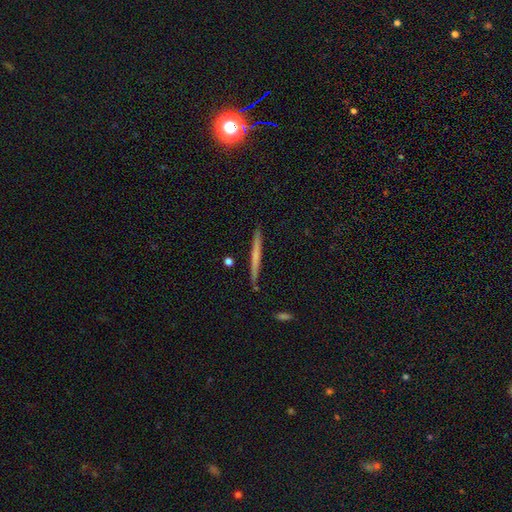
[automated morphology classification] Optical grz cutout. It shows a smooth galaxy with no disk features (50%) that is cigar-shaped (97%). Merging: none (90%).